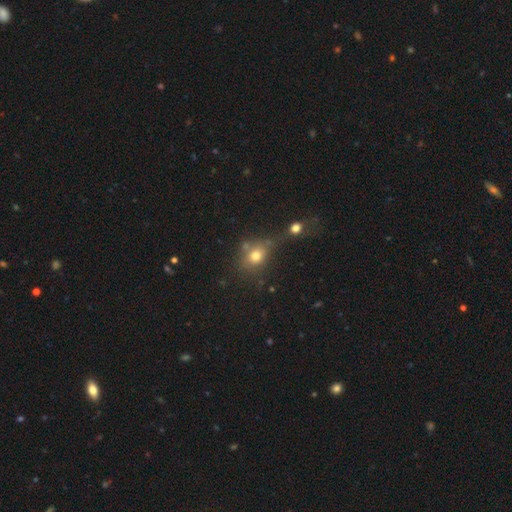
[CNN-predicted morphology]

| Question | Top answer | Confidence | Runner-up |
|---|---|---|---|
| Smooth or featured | smooth | 75% | star or artifact (14%) |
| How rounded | round | 52% | in between (47%) |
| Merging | none | 47% | merger (27%) |